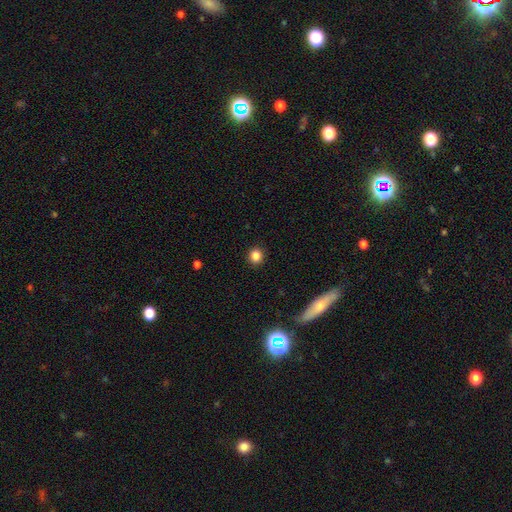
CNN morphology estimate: A smooth galaxy with no disk features (85%) that is round (87%).

Vote fractions:
- Smooth or featured? smooth: 85% / star or artifact: 11% / featured or disk: 4%
- How rounded? round: 87% / in between: 12% / cigar-shaped: 1%
- Merging? none: 91% / minor disturbance: 6% / major disturbance: 2% / merger: 1%